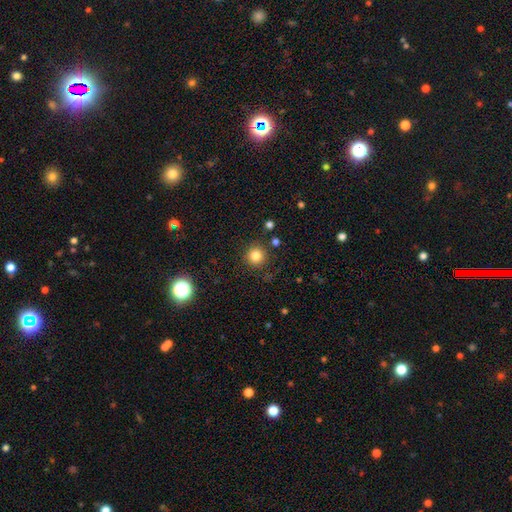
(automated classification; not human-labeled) The model was most divided on "smooth or featured": smooth: 82%, star or artifact: 12%, featured or disk: 6%. More confident: how rounded — round (95%); merging — none (88%).